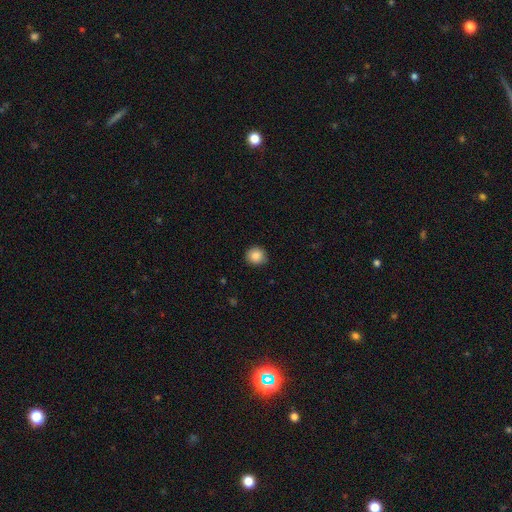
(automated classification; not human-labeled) smooth_or_featured: smooth (p=0.86) [alt: star or artifact p=0.09]
how_rounded: round (p=0.88) [alt: in between p=0.11]
merging: none (p=0.88) [alt: minor disturbance p=0.09]